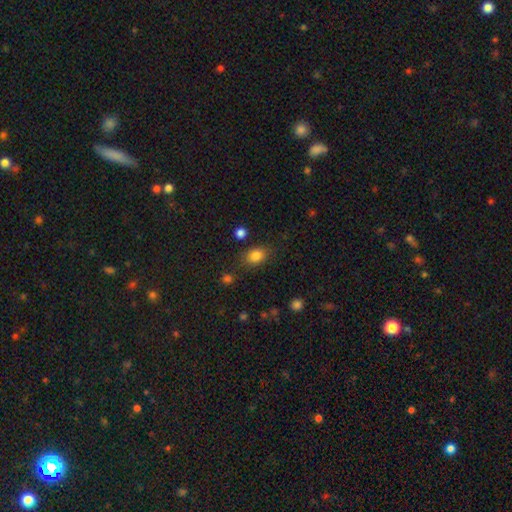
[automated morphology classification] smooth 83%, star or artifact 11%, featured or disk 6%. Down the decision tree: how rounded — in between (65%); merging — none (79%).